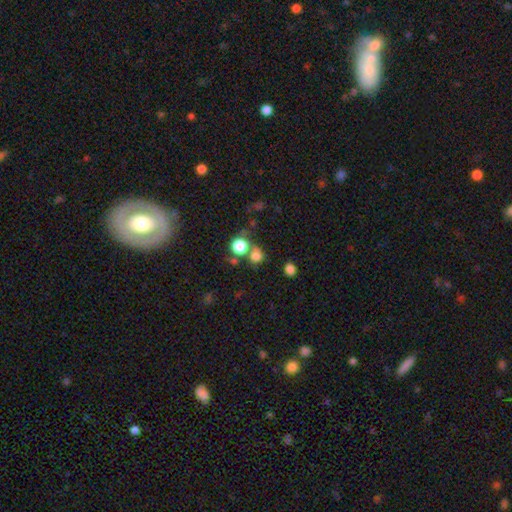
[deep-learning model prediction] smooth 75%, star or artifact 17%, featured or disk 8%. Down the decision tree: how rounded — round (86%); merging — none (57%).